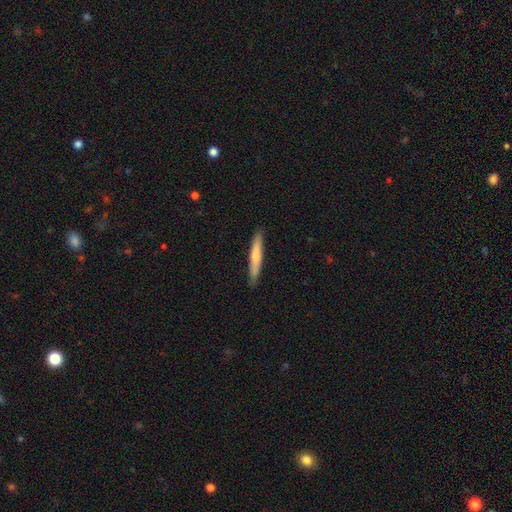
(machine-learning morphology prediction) Overall: smooth (69%). How rounded: cigar-shaped (94%). Merging: none (89%).